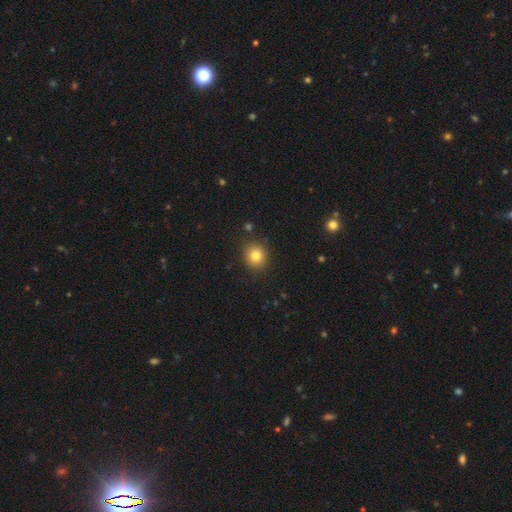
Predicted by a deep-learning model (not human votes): smooth 81%, star or artifact 12%, featured or disk 7%. Down the decision tree: how rounded — round (86%); merging — none (88%).